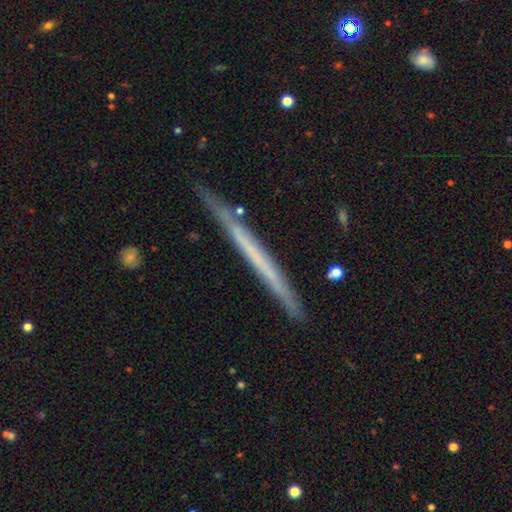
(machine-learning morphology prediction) type=featured or disk (55%); edge-on=yes (96%); edge-on bulge=none (93%); merging=none (85%).